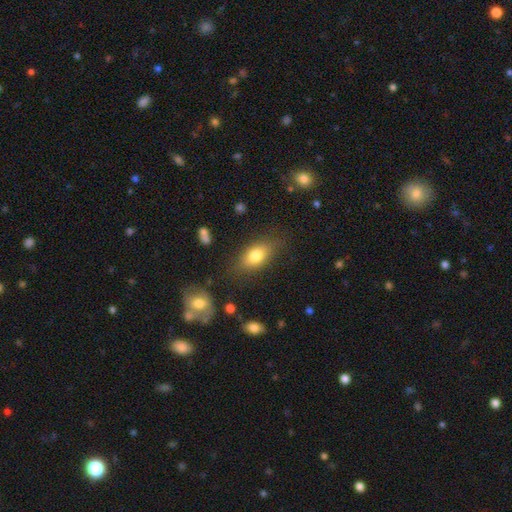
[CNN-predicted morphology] This is likely a smooth galaxy (78%). How rounded: clearly in between (84%). Merging: likely none (76%).